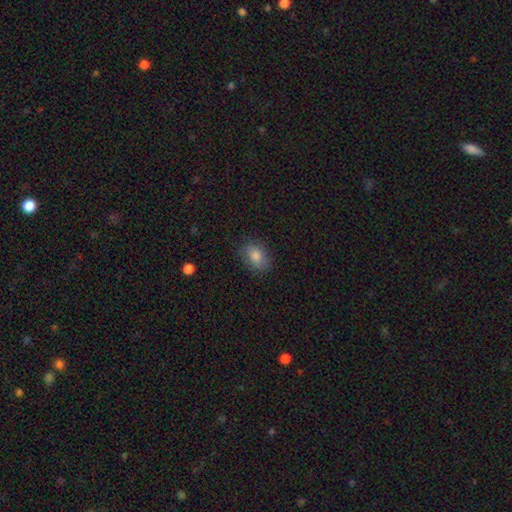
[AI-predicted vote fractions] Q: Smooth or featured?
A: smooth (80%); runner-up: star or artifact (10%)
Q: How rounded?
A: in between (63%); runner-up: round (36%)
Q: Merging?
A: none (82%); runner-up: minor disturbance (14%)